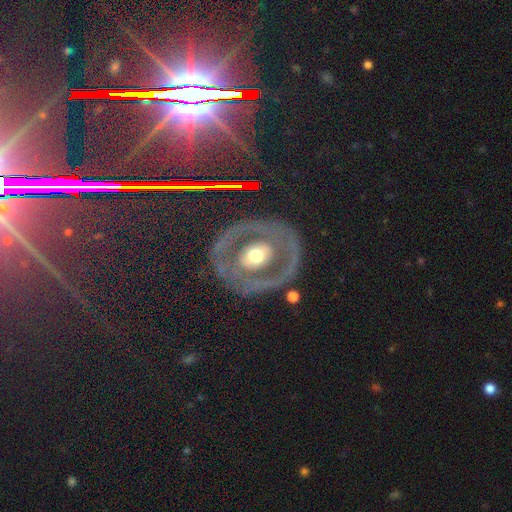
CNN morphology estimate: Overall: featured or disk (67%). Edge-on disk: no (94%). Bar: no (63%). Spiral arms: no (72%). Bulge size: moderate (68%). Merging: none (73%).